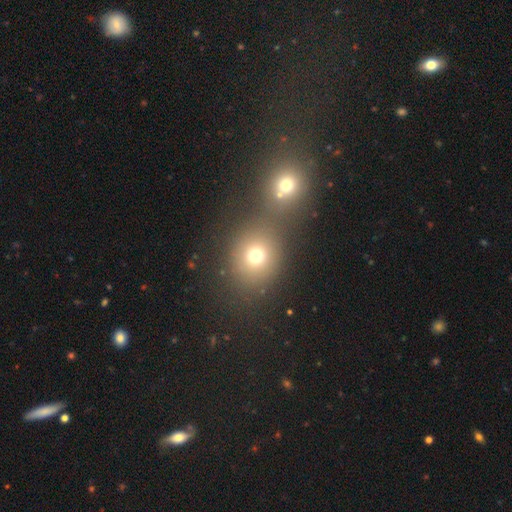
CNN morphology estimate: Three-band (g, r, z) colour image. It shows a smooth galaxy with no disk features (72%) that is round (76%). Merging: none (58%).